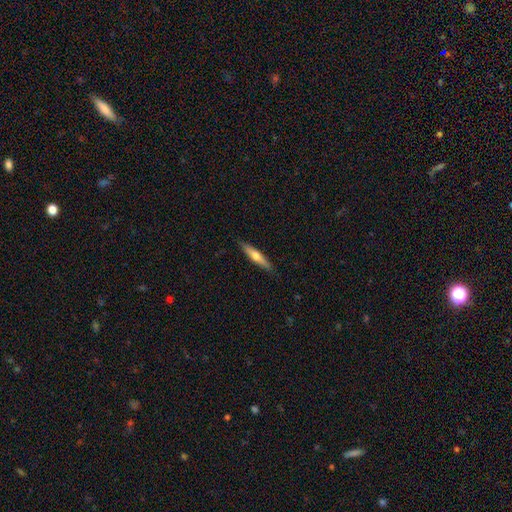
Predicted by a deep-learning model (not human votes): The model was most divided on "smooth or featured": smooth: 50%, featured or disk: 44%, star or artifact: 6%. More confident: merging — none (88%); how rounded — cigar-shaped (87%).